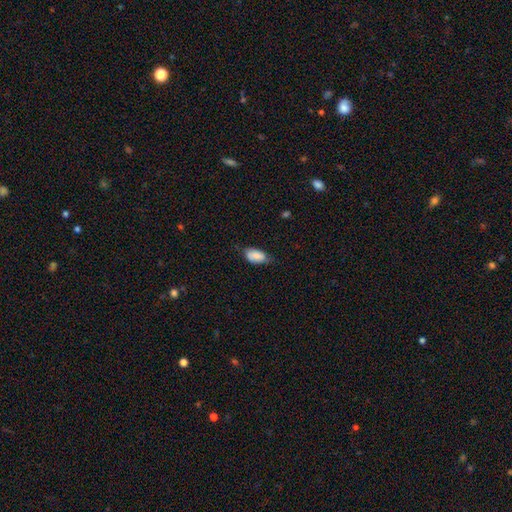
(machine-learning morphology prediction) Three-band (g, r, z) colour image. It shows a smooth galaxy with no disk features (83%) that is in between round and cigar-shaped (93%). Merging: none (58%).